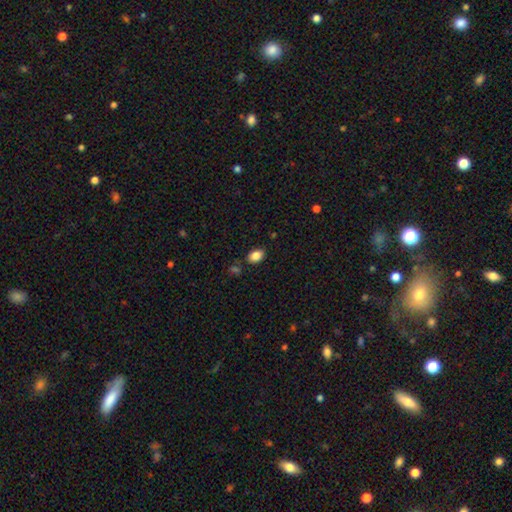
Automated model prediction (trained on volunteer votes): smooth-or-featured: smooth: 86% | star or artifact: 9% | featured or disk: 5%
  how-rounded: in between: 83% | round: 16% | cigar-shaped: 1%
  merging: none: 81% | minor disturbance: 12% | merger: 4% | major disturbance: 3%